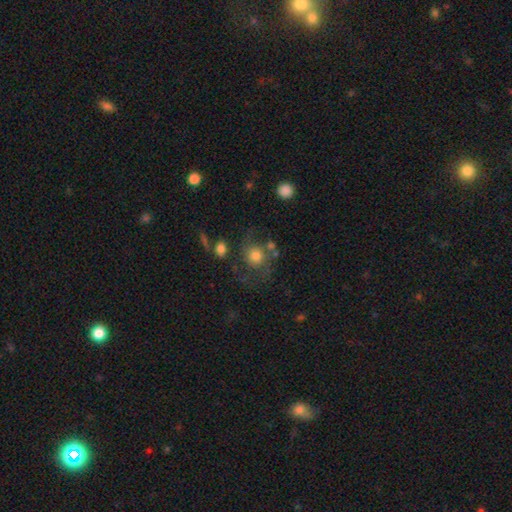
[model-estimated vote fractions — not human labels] The model was most divided on "smooth or featured": smooth: 48%, featured or disk: 41%, star or artifact: 10%. More confident: merging — none (54%).